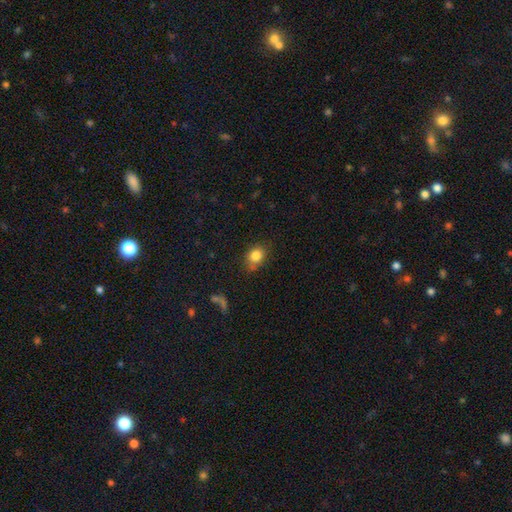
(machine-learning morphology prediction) This is clearly a smooth galaxy (83%). How rounded: possibly in between (58%). Merging: likely none (72%).